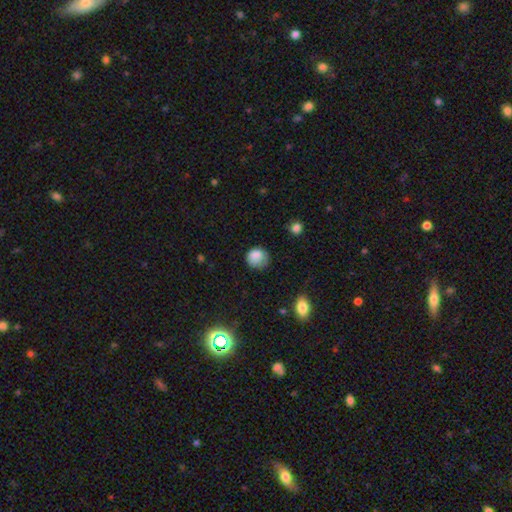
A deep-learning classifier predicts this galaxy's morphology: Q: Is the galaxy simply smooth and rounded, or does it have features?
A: smooth — 84%.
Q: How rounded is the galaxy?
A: round — 80%.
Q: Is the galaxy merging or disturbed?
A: none — 61%.